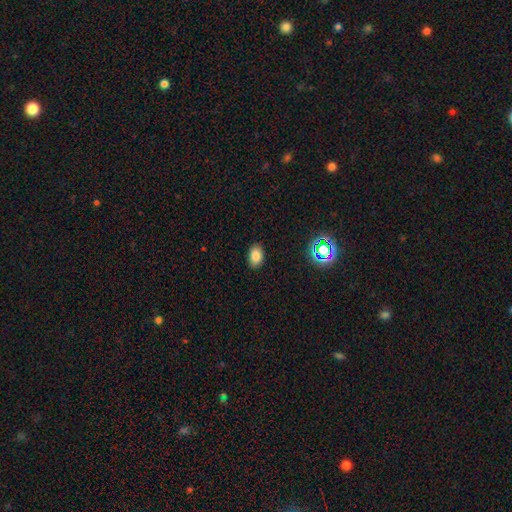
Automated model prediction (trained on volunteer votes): This appears to be a smooth galaxy with no disk features (81%) that is in between round and cigar-shaped (85%). Merging: none (87%).